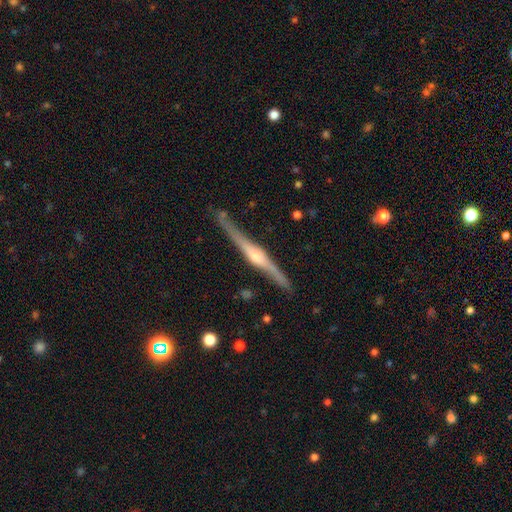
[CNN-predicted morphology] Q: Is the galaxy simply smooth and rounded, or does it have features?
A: featured or disk — 84%.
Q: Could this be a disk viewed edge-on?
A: yes — 97%.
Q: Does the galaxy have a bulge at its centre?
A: rounded — 81%.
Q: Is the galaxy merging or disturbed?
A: none — 82%.